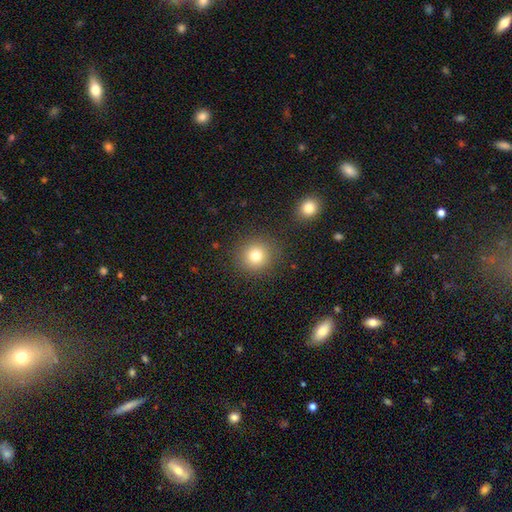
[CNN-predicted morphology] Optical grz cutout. It shows a smooth galaxy with no disk features (78%) that is round (91%). Merging: none (87%).